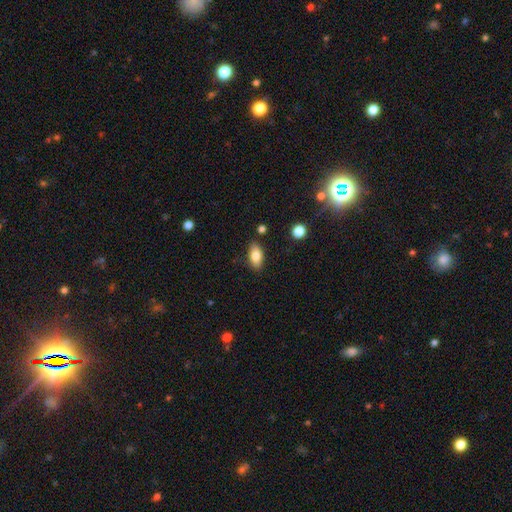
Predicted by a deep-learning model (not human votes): Overall: smooth (83%). How rounded: in between (90%). Merging: none (84%).